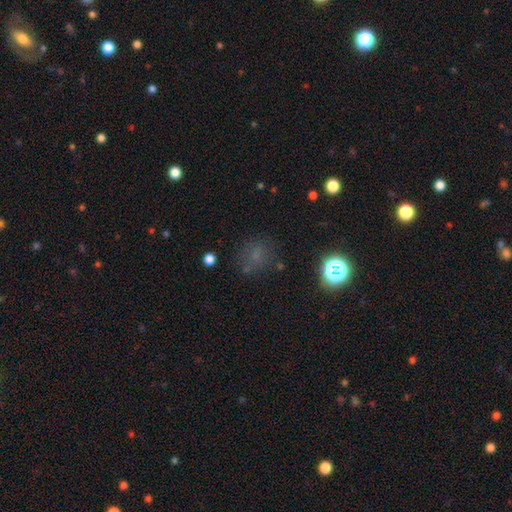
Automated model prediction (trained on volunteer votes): This appears to be a smooth galaxy with no disk features (54%) that is round (73%). Merging: none (69%).